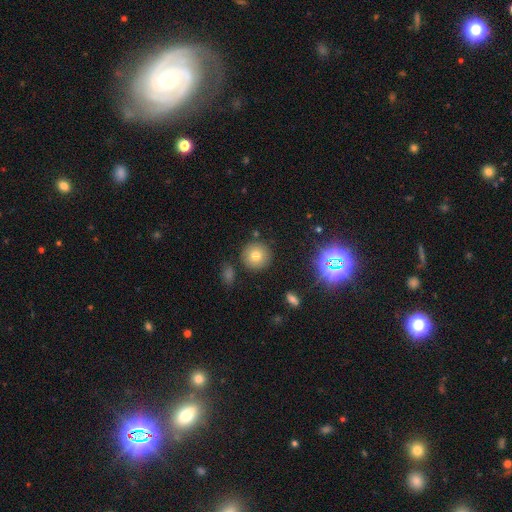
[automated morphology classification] type=smooth (75%); roundness=round (94%); merging=none (86%).